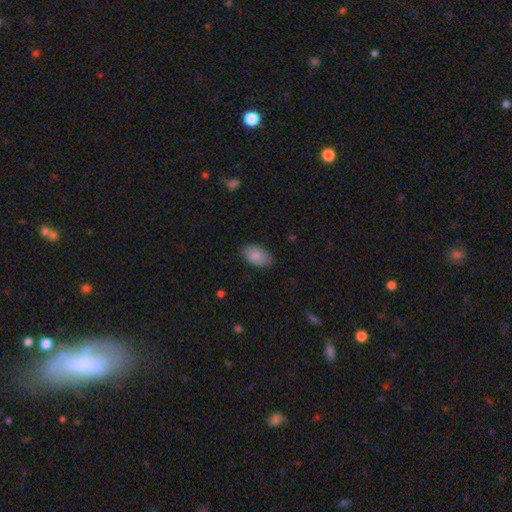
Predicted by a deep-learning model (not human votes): A smooth galaxy with no disk features (87%) that is in between round and cigar-shaped (92%). Merging: none (78%).